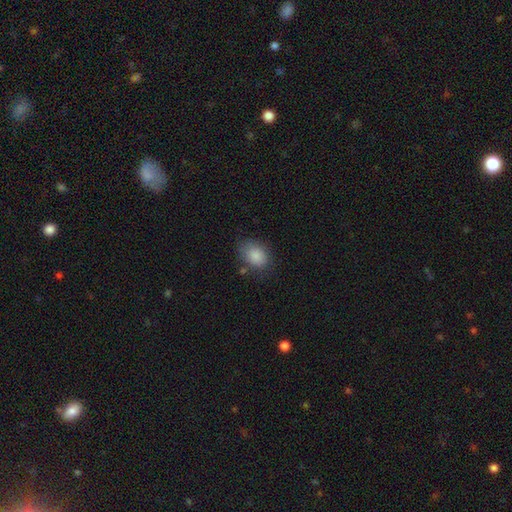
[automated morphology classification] A smooth galaxy with no disk features (87%) that is in between round and cigar-shaped (70%).

Vote fractions:
- Smooth or featured? smooth: 87% / star or artifact: 8% / featured or disk: 6%
- How rounded? in between: 70% / round: 29% / cigar-shaped: 1%
- Merging? none: 71% / minor disturbance: 20% / major disturbance: 6% / merger: 3%